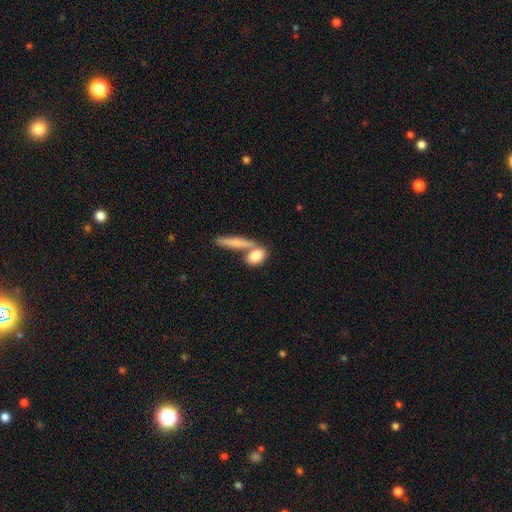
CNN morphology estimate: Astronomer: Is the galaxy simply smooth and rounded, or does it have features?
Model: smooth — 79%.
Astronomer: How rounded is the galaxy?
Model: in between — 62%.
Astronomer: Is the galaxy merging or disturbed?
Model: none — 50% (runner-up: merger, 33%).